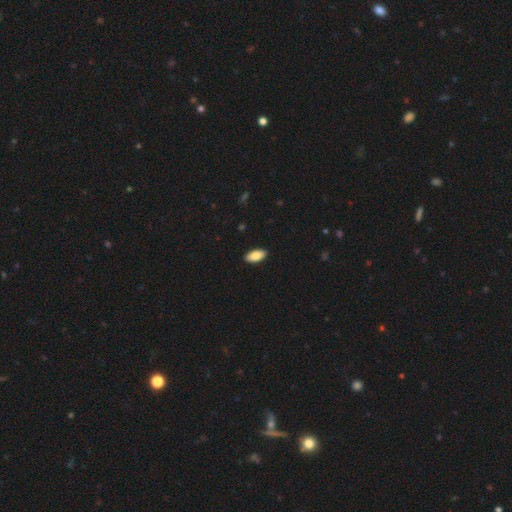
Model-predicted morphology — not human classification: A smooth galaxy with no disk features (85%) that is in between round and cigar-shaped (93%).

Vote fractions:
- Smooth or featured? smooth: 85% / featured or disk: 8% / star or artifact: 6%
- How rounded? in between: 93% / cigar-shaped: 5% / round: 2%
- Merging? none: 91% / minor disturbance: 7% / major disturbance: 1% / merger: 1%